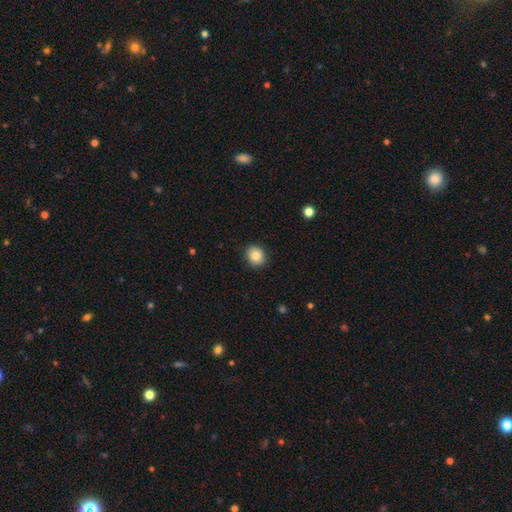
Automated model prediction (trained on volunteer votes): smooth-or-featured: smooth: 85% | star or artifact: 9% | featured or disk: 6%
  how-rounded: round: 68% | in between: 31% | cigar-shaped: 1%
  merging: none: 88% | minor disturbance: 9% | major disturbance: 2% | merger: 1%